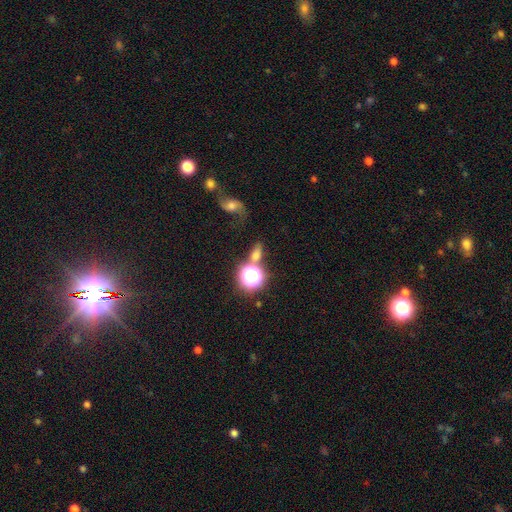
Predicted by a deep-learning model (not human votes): Smooth or featured?
  - smooth: 58% *
  - star or artifact: 27%
  - featured or disk: 14%
How rounded?
  - in between: 49% *
  - round: 45%
  - cigar-shaped: 7%
Merging?
  - none: 59% *
  - merger: 20%
  - minor disturbance: 13%
  - major disturbance: 8%